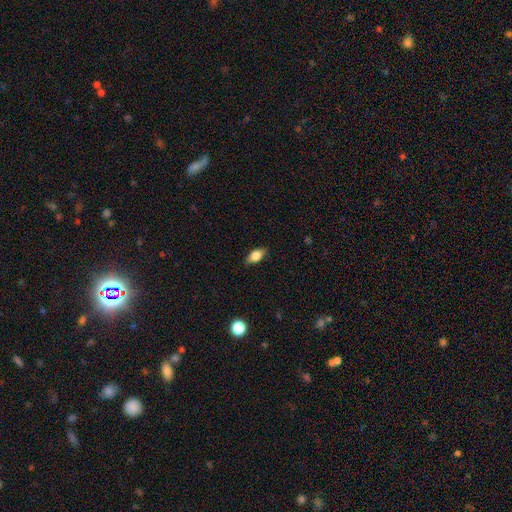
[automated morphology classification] This is likely a smooth galaxy (69%). How rounded: clearly in between (83%). Merging: clearly none (84%).